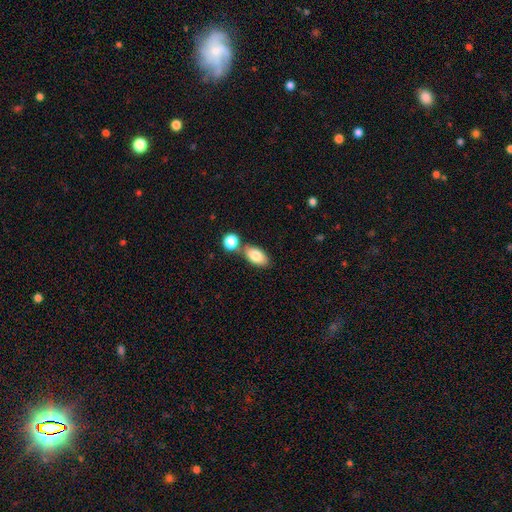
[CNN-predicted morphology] Q: Smooth or featured?
A: smooth (82%); runner-up: featured or disk (11%)
Q: How rounded?
A: in between (91%); runner-up: round (6%)
Q: Merging?
A: none (62%); runner-up: merger (23%)